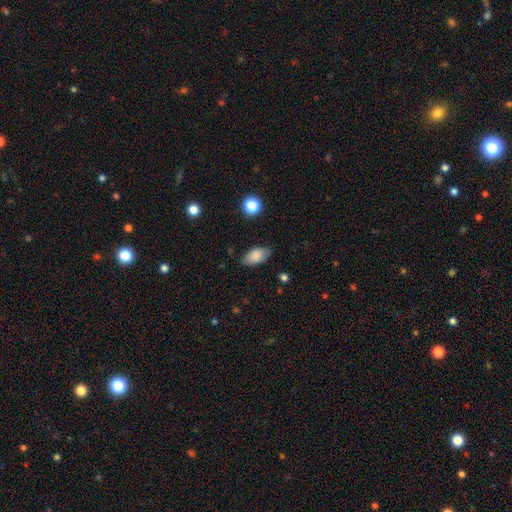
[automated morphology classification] Smooth or featured?
  - smooth: 83% *
  - featured or disk: 9%
  - star or artifact: 7%
How rounded?
  - in between: 92% *
  - round: 5%
  - cigar-shaped: 3%
Merging?
  - none: 77% *
  - minor disturbance: 18%
  - major disturbance: 4%
  - merger: 1%